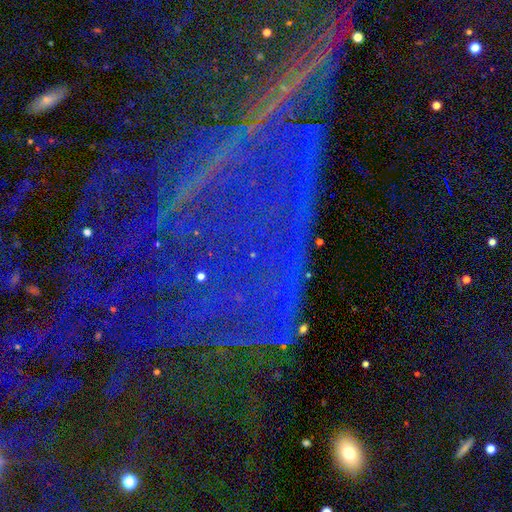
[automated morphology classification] Smooth or featured: star or artifact — 85% (featured or disk — 8%)